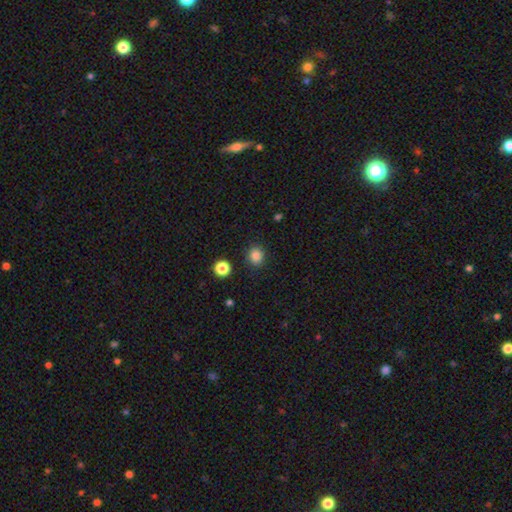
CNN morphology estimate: Smooth or featured? smooth (84%)
How rounded? round (77%)
Merging? none (89%)